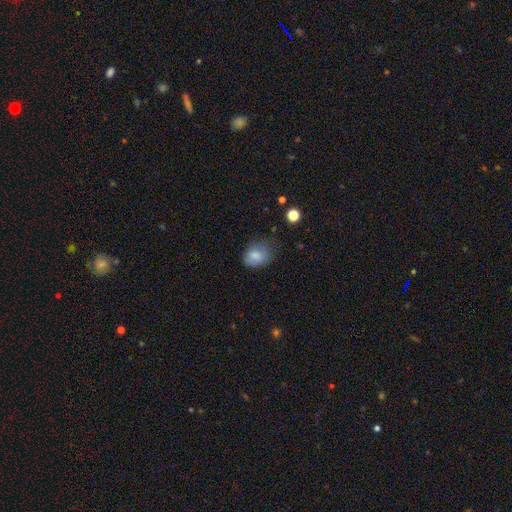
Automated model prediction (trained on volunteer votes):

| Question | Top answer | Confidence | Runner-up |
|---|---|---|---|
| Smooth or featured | smooth | 81% | star or artifact (9%) |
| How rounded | in between | 58% | round (41%) |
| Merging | none | 57% | minor disturbance (31%) |